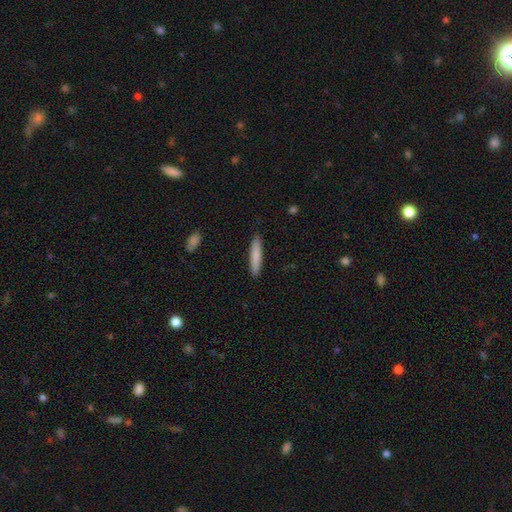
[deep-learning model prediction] Smooth or featured? smooth (80%)
How rounded? cigar-shaped (90%)
Merging? none (90%)